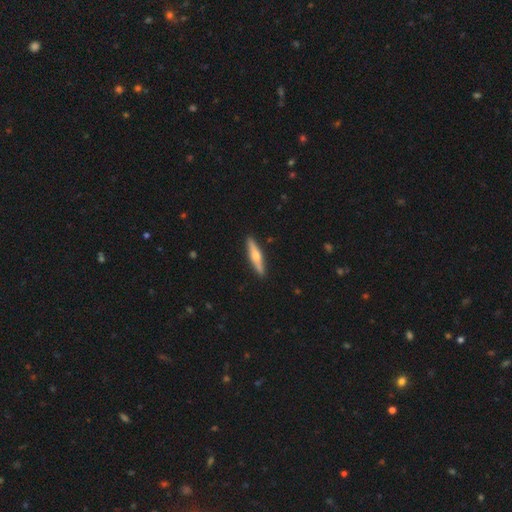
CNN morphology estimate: smooth_or_featured: featured or disk (p=0.54) [alt: smooth p=0.41]
disk_edge_on: yes (p=0.95) [alt: no p=0.05]
edge_on_bulge: rounded (p=0.91) [alt: none p=0.05]
merging: none (p=0.91) [alt: minor disturbance p=0.06]